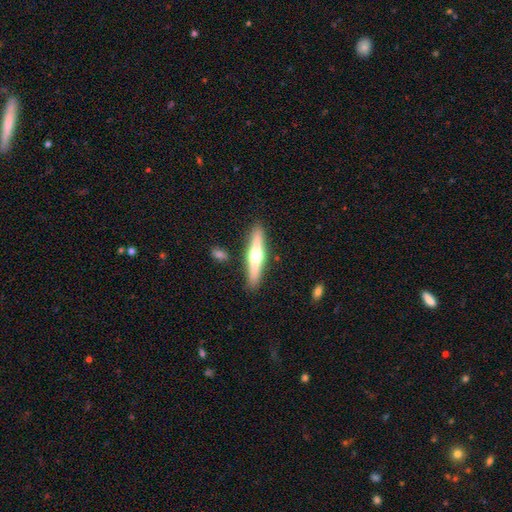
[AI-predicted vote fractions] A featured or disk galaxy (63%) viewed edge-on (96%) with a rounded central bulge (95%).

Vote fractions:
- Smooth or featured? featured or disk: 63% / smooth: 31% / star or artifact: 5%
- Edge-on disk? yes: 96% / no: 4%
- Edge-on bulge? rounded: 95% / none: 3% / boxy: 3%
- Merging? none: 88% / minor disturbance: 8% / merger: 2% / major disturbance: 2%